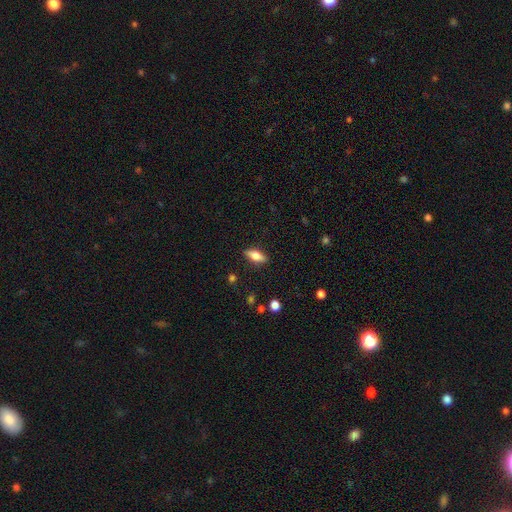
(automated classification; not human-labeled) Smooth or featured: smooth — 55% (featured or disk — 37%)
How rounded: in between — 69% (cigar-shaped — 28%)
Merging: none — 87% (minor disturbance — 9%)